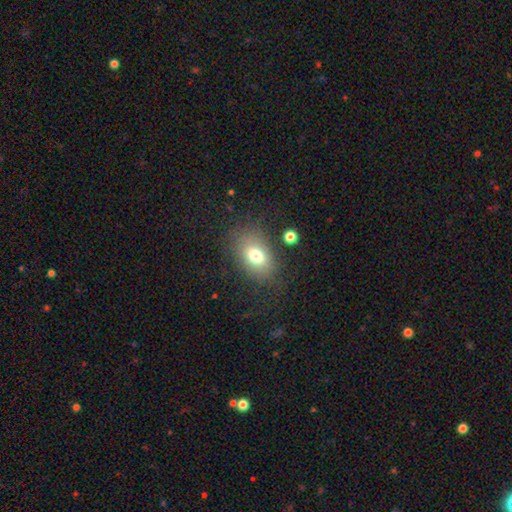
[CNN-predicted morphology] This is likely a smooth galaxy (72%). How rounded: clearly in between (81%). Merging: likely none (73%).